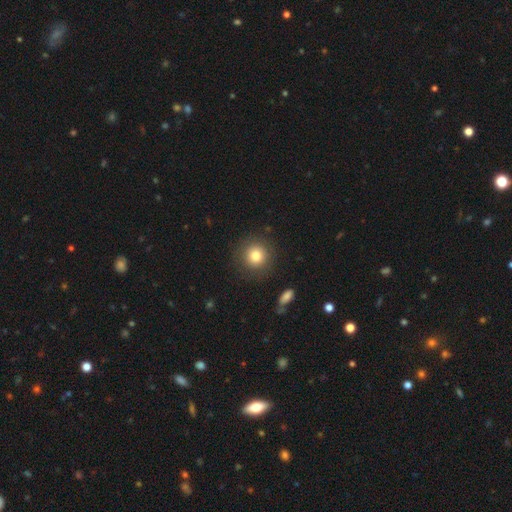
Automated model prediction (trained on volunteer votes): Q: Smooth or featured?
A: smooth (81%); runner-up: star or artifact (10%)
Q: How rounded?
A: round (93%); runner-up: in between (6%)
Q: Merging?
A: none (88%); runner-up: minor disturbance (8%)